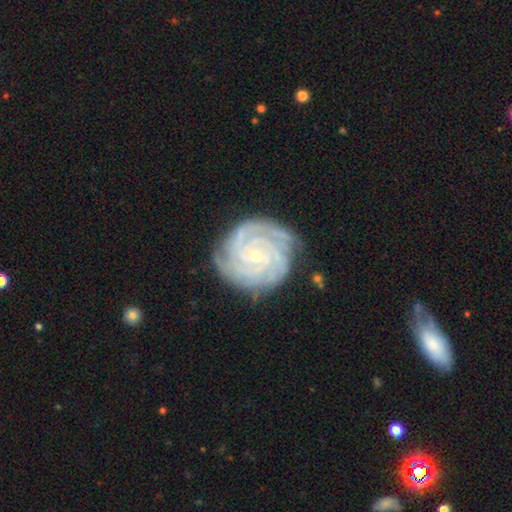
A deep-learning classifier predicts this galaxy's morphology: Smooth or featured? Predicted: featured or disk (p=0.90). Edge-on disk? Predicted: no (p=0.98). Bar? Predicted: no (p=0.68). Spiral arms? Predicted: yes (p=0.98). Spiral winding? Predicted: tight (p=0.84). Spiral arm count? Predicted: 4 (p=0.30). Bulge size? Predicted: small (p=0.78). Merging? Predicted: none (p=0.78).